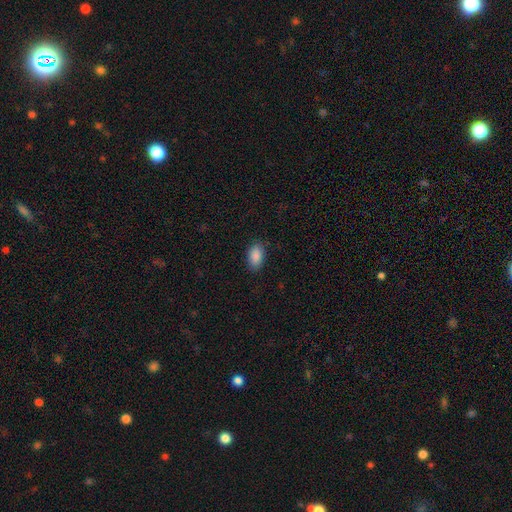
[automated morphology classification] The model was most divided on "merging": none: 86%, minor disturbance: 10%, major disturbance: 3%, merger: 1%. More confident: how rounded — in between (94%); smooth or featured — smooth (90%).